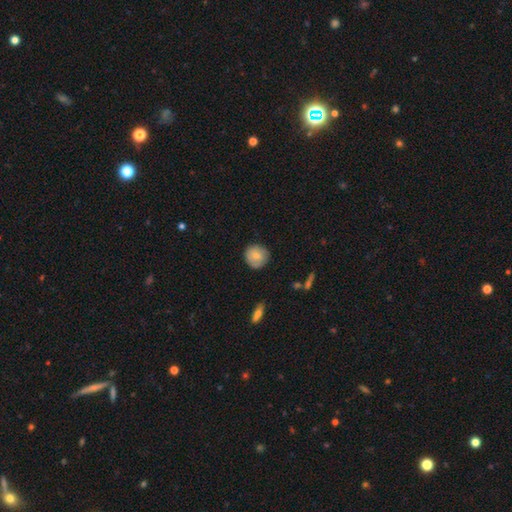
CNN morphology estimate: A smooth galaxy with no disk features (76%) that is round (91%). Merging: none (80%).